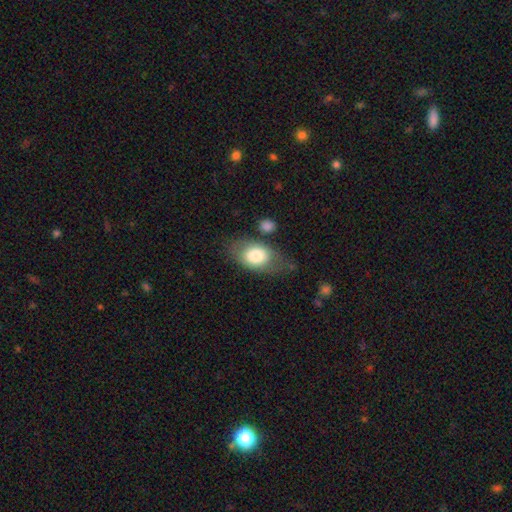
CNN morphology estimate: This is likely a smooth galaxy (74%). How rounded: clearly in between (85%). Merging: likely none (61%).